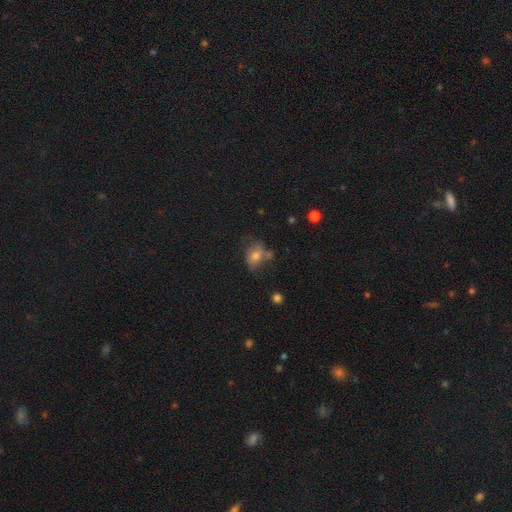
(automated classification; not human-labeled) smooth 59%, featured or disk 28%, star or artifact 13%. Down the decision tree: how rounded — in between (53%); merging — none (49%).